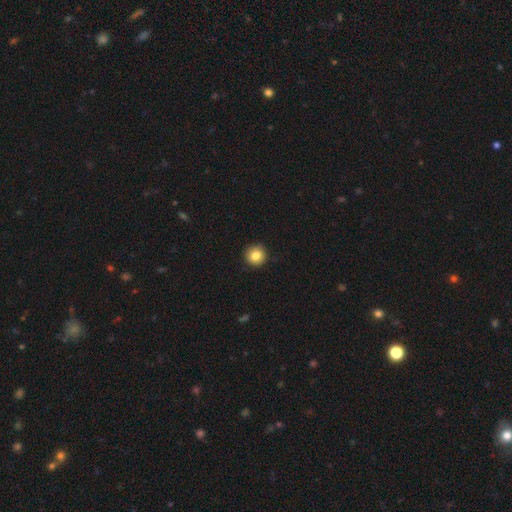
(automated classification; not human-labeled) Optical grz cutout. It shows a smooth galaxy with no disk features (84%) that is round (95%). Merging: none (92%).